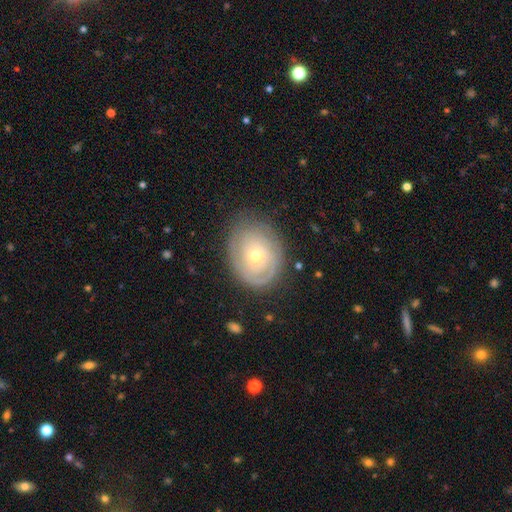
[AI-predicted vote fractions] A featured or disk galaxy (65%) with no bar (87%), spiral arms (73%) and a small central bulge (57%). Merging: none (77%).